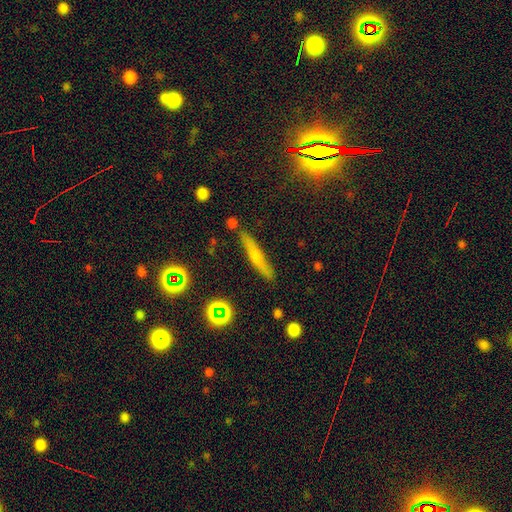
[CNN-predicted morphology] A featured or disk galaxy (46%). Merging: none (85%).